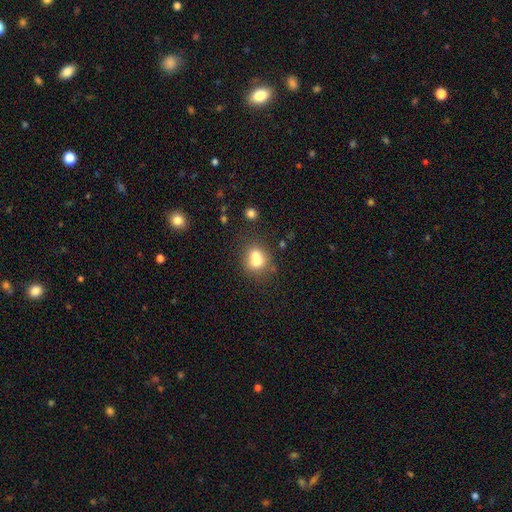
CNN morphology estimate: Overall: smooth (68%). How rounded: round (72%). Merging: merger (55%; none 34%).